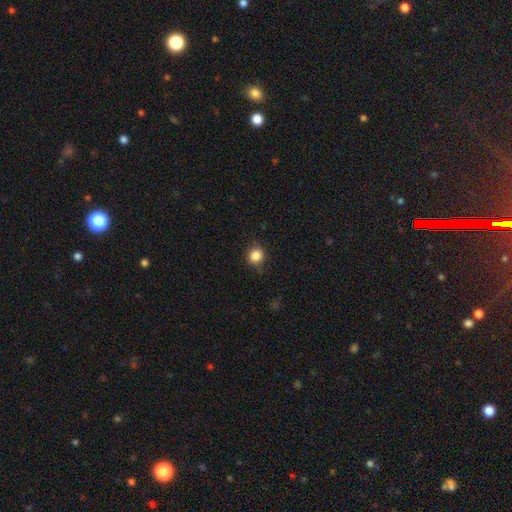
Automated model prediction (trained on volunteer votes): Smooth or featured: smooth — 85% (star or artifact — 10%)
How rounded: round — 85% (in between — 14%)
Merging: none — 82% (minor disturbance — 14%)